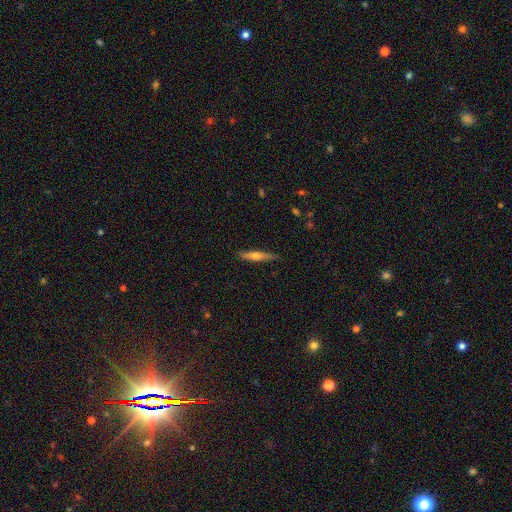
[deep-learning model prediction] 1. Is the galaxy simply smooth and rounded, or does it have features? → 47% smooth (tied), 47% featured or disk (tied), 6% star or artifact.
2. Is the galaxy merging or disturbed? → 85% none, 12% minor disturbance, 2% major disturbance, 1% merger.